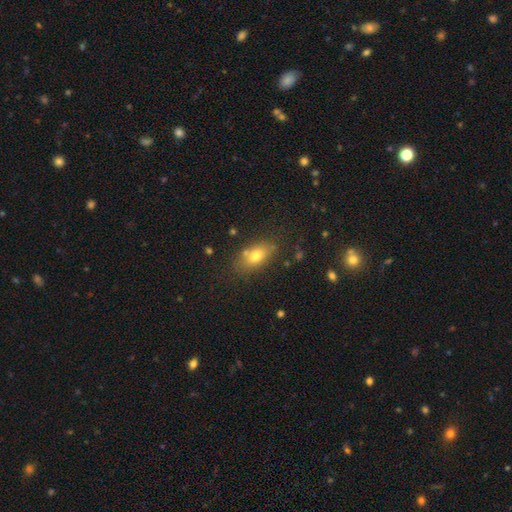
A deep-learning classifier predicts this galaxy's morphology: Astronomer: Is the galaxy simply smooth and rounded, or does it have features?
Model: smooth — 75%.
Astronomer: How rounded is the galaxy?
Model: in between — 83%.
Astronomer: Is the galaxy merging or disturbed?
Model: none — 74%.